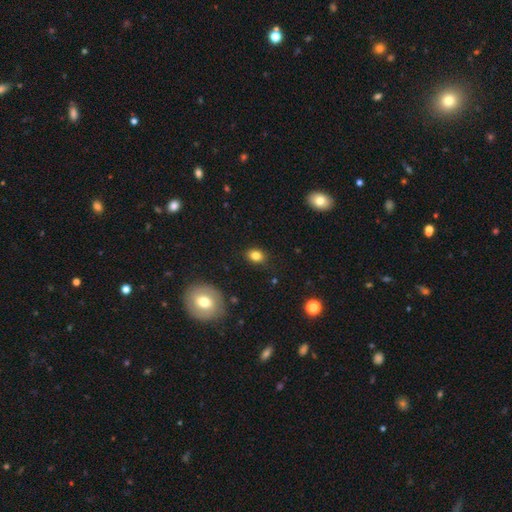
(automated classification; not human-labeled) This appears to be a smooth galaxy with no disk features (82%) that is in between round and cigar-shaped (62%). Merging: none (84%).